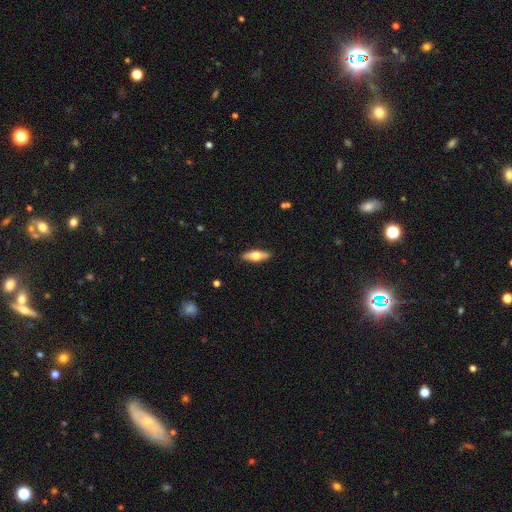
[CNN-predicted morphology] type=smooth (52%); roundness=in between (54%); merging=none (88%).